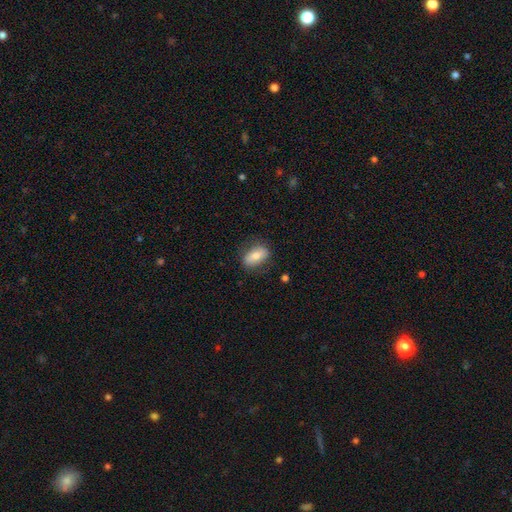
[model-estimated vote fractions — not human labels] Smooth or featured? smooth (69%)
How rounded? in between (86%)
Merging? none (78%)